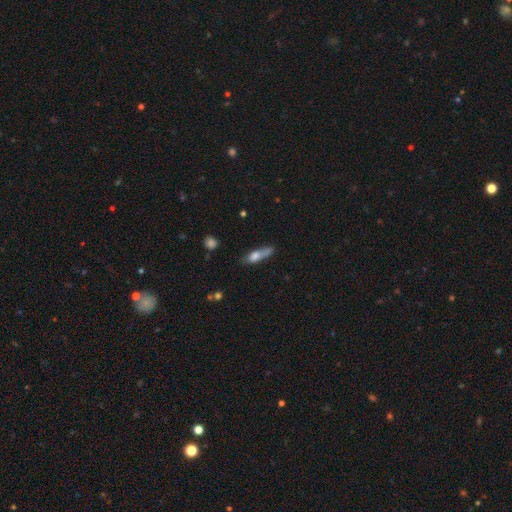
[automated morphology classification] smooth-or-featured: smooth: 69% | featured or disk: 22% | star or artifact: 8%
  how-rounded: cigar-shaped: 54% | in between: 42% | round: 4%
  merging: none: 41% | minor disturbance: 30% | major disturbance: 16% | merger: 13%